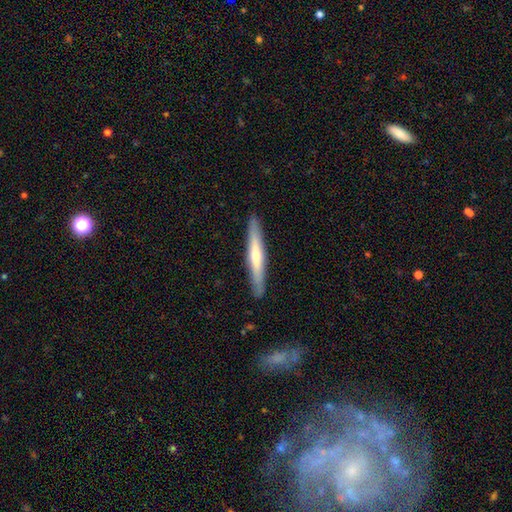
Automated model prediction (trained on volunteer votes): The model was most divided on "smooth or featured": featured or disk: 53%, smooth: 41%, star or artifact: 6%. More confident: edge-on disk — yes (93%); merging — none (90%).